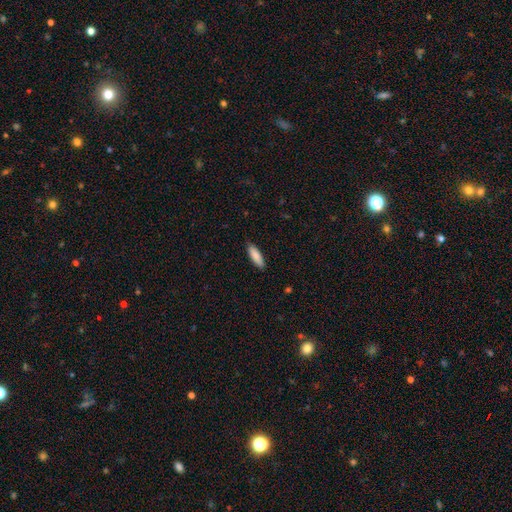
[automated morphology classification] Smooth or featured? smooth (87%)
How rounded? cigar-shaped (50%)
Merging? none (87%)